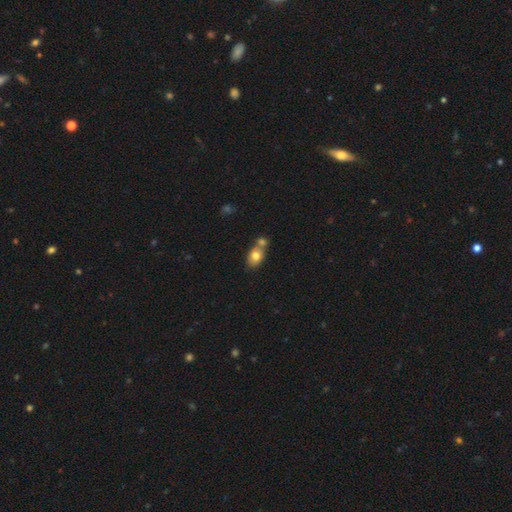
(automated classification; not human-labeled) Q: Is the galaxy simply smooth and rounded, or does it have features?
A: smooth — 76%.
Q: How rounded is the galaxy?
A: in between — 71%.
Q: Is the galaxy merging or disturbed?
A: merger — 50%.